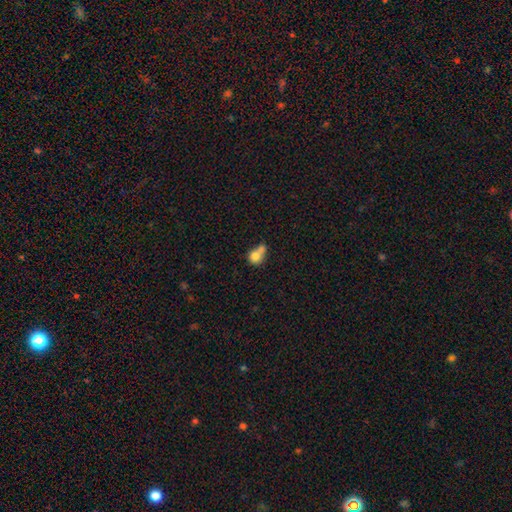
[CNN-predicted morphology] smooth 75%, featured or disk 15%, star or artifact 10%. Down the decision tree: how rounded — round (60%); merging — merger (52%).